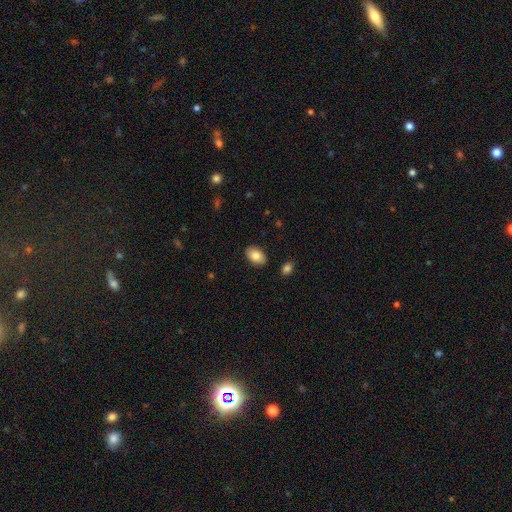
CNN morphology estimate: smooth-or-featured: smooth: 82% | featured or disk: 11% | star or artifact: 7%
  how-rounded: in between: 91% | round: 8% | cigar-shaped: 1%
  merging: none: 88% | minor disturbance: 9% | major disturbance: 2% | merger: 1%